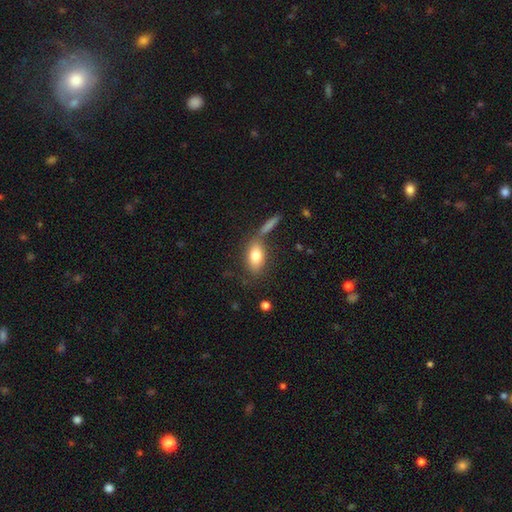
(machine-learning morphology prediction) A smooth galaxy with no disk features (78%) that is in between round and cigar-shaped (86%). Merging: none (62%).